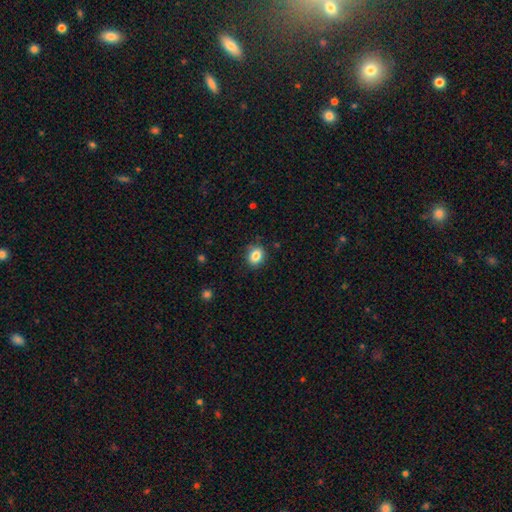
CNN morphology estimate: Smooth or featured: smooth — 84% (star or artifact — 10%)
How rounded: round — 54% (in between — 45%)
Merging: none — 86% (minor disturbance — 11%)